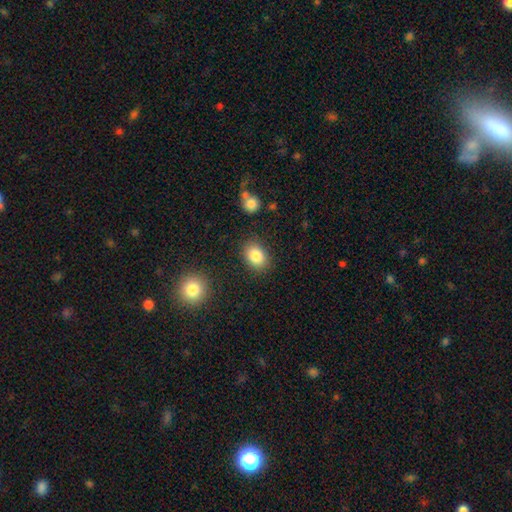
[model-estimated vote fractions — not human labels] This is clearly a smooth galaxy (84%). How rounded: likely in between (68%). Merging: clearly none (83%).